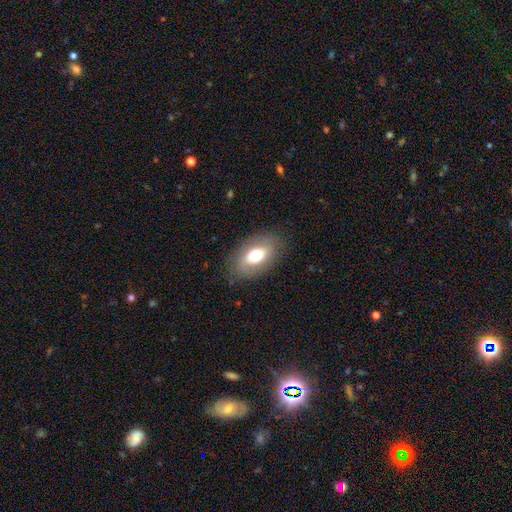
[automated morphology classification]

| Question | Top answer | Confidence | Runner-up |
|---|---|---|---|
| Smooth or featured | smooth | 65% | featured or disk (27%) |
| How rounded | in between | 90% | round (8%) |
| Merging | none | 82% | minor disturbance (12%) |